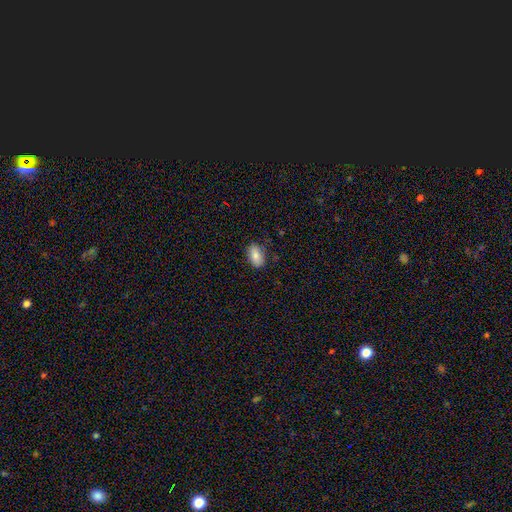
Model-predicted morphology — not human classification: smooth 82%, featured or disk 10%, star or artifact 7%. Down the decision tree: how rounded — in between (92%); merging — none (82%).